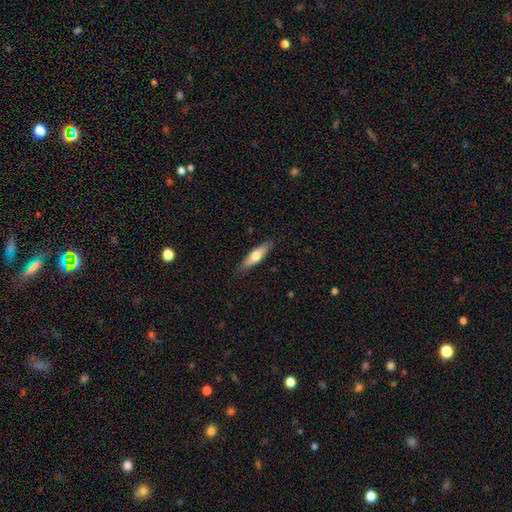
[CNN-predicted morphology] Q: Smooth or featured?
A: smooth (61%); runner-up: featured or disk (33%)
Q: How rounded?
A: cigar-shaped (65%); runner-up: in between (33%)
Q: Merging?
A: none (86%); runner-up: minor disturbance (11%)